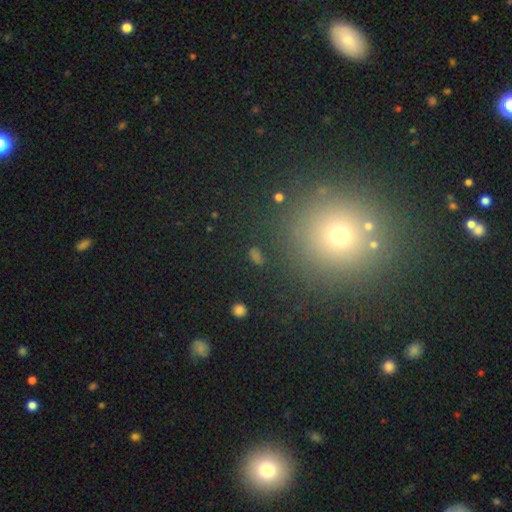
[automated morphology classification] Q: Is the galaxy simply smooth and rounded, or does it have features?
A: smooth — 61%.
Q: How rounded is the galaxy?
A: in between — 61%.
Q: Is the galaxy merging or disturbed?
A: none — 82%.